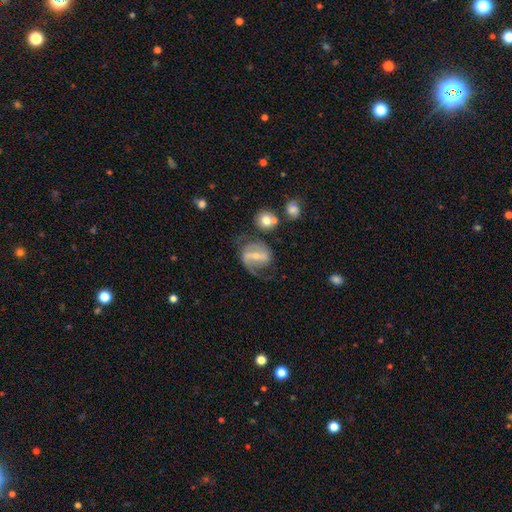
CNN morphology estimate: This is likely a featured or disk galaxy (77%). It is clearly not viewed edge-on (96%). Bar: possibly strong (53%). Spiral arm pattern: clearly yes (89%). Spiral arm count: likely 2 (80%). Spiral winding: possibly medium (49%). Central bulge: possibly small (49%). Merging: possibly none (57%).